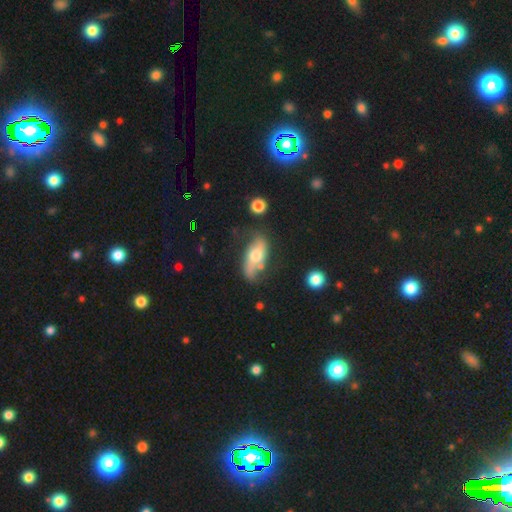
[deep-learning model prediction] Smooth or featured?
  - featured or disk: 61% *
  - smooth: 32%
  - star or artifact: 7%
Edge-on disk?
  - no: 81% *
  - yes: 19%
Merging?
  - none: 56% *
  - minor disturbance: 25%
  - major disturbance: 11%
  - merger: 8%